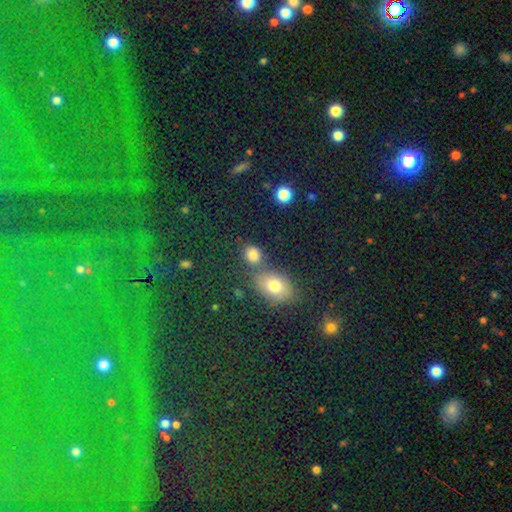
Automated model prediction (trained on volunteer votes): smooth-or-featured: smooth: 70% | star or artifact: 18% | featured or disk: 12%
  how-rounded: in between: 73% | round: 24% | cigar-shaped: 3%
  merging: none: 70% | merger: 15% | minor disturbance: 11% | major disturbance: 4%